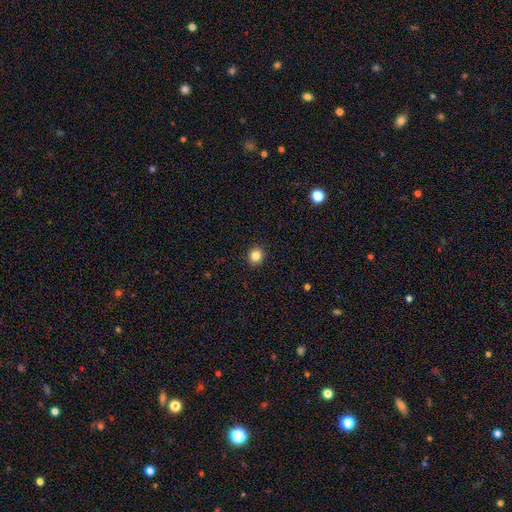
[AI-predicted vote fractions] Morphology: type=smooth (83%); roundness=round (85%); merging=none (92%).